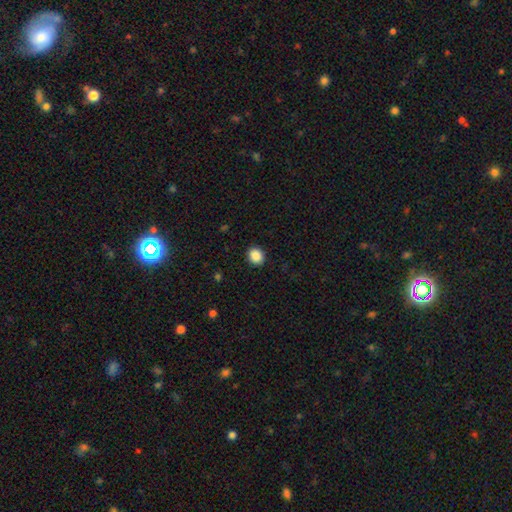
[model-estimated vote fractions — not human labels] Smooth or featured? smooth (88%)
How rounded? round (71%)
Merging? none (91%)